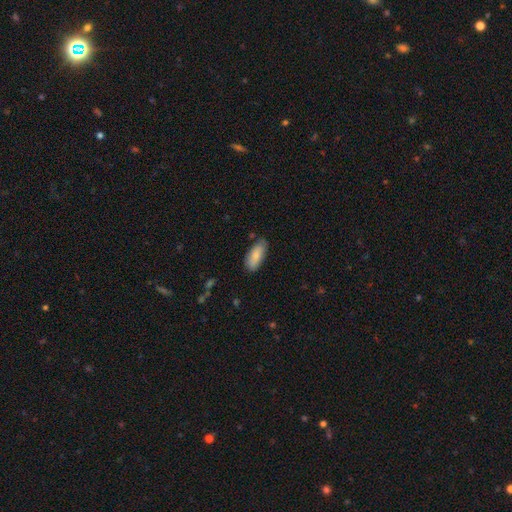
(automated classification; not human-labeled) Smooth or featured? smooth (81%)
How rounded? in between (83%)
Merging? none (77%)